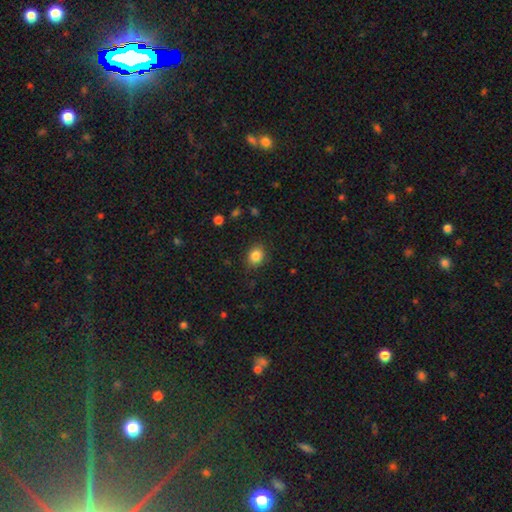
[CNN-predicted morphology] This appears to be a smooth galaxy with no disk features (85%) that is round (58%). Merging: none (87%).